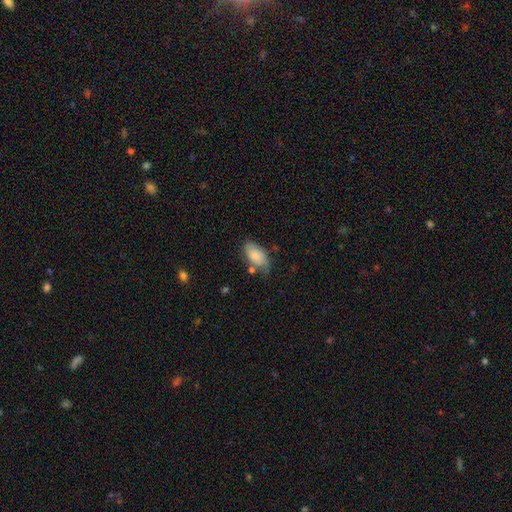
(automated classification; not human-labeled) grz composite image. It shows a smooth galaxy with no disk features (72%) that is in between round and cigar-shaped (93%). Merging: none (54%).